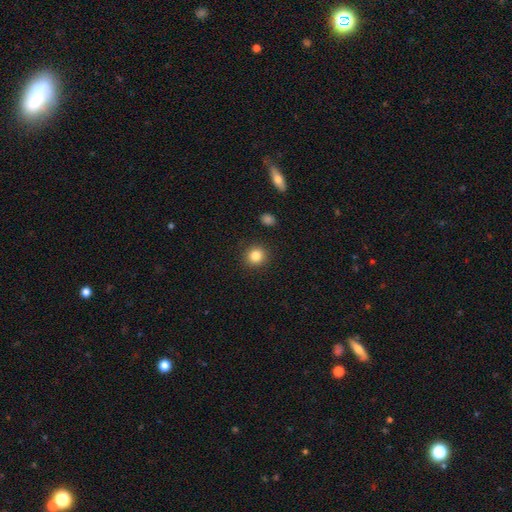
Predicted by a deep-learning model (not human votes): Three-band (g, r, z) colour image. It shows a smooth galaxy with no disk features (85%) that is round (90%). Merging: none (91%).